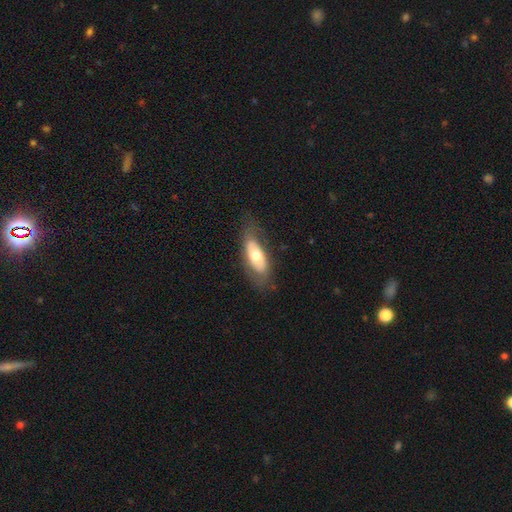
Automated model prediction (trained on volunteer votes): smooth_or_featured: smooth (p=0.51) [alt: featured or disk p=0.43]
how_rounded: in between (p=0.82) [alt: cigar-shaped p=0.15]
merging: none (p=0.68) [alt: minor disturbance p=0.21]